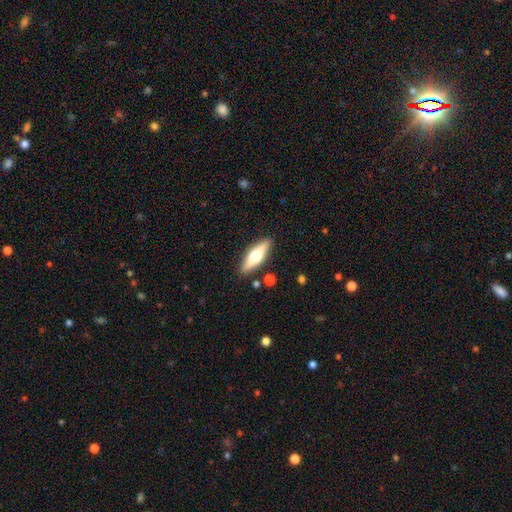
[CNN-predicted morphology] Overall: featured or disk (48%; smooth 46%). Merging: none (88%).